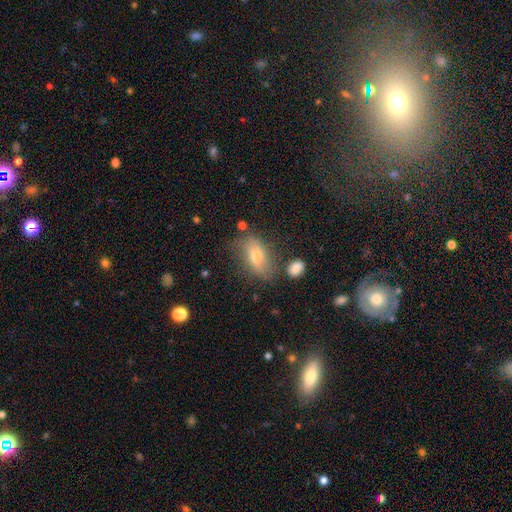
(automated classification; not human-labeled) smooth_or_featured: smooth (p=0.56) [alt: featured or disk p=0.33]
how_rounded: in between (p=0.85) [alt: cigar-shaped p=0.09]
merging: none (p=0.60) [alt: minor disturbance p=0.23]